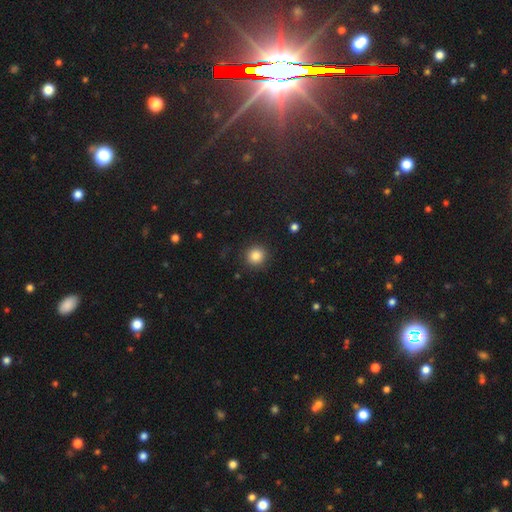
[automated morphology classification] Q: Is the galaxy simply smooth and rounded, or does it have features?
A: smooth — 85%.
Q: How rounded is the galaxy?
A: round — 92%.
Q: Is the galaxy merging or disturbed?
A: none — 89%.